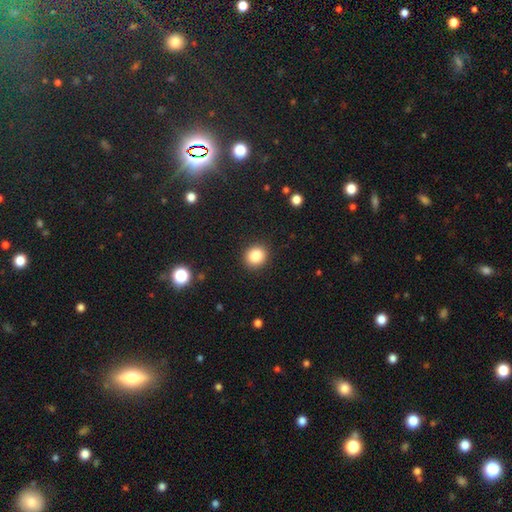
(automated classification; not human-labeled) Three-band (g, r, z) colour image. It shows a smooth galaxy with no disk features (86%) that is round (80%). Merging: none (90%).